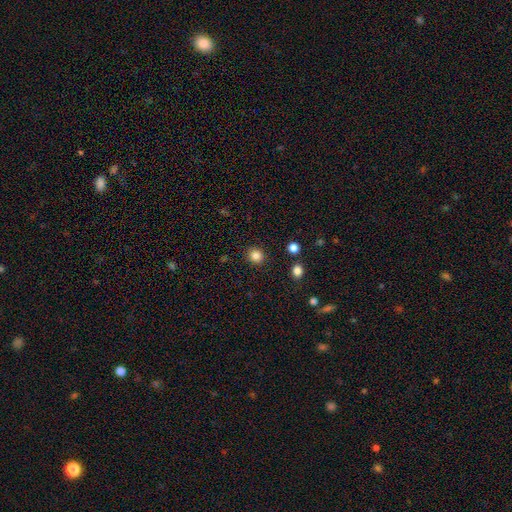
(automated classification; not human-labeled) A smooth galaxy with no disk features (85%) that is round (85%).

Vote fractions:
- Smooth or featured? smooth: 85% / star or artifact: 12% / featured or disk: 4%
- How rounded? round: 85% / in between: 14% / cigar-shaped: 1%
- Merging? none: 90% / minor disturbance: 6% / major disturbance: 2% / merger: 2%